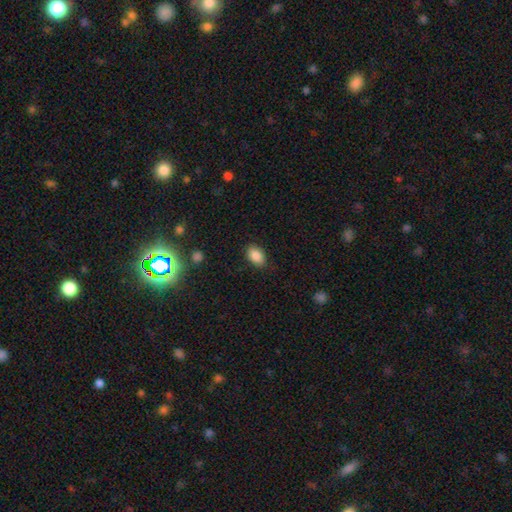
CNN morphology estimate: smooth 87%, star or artifact 8%, featured or disk 5%. Down the decision tree: how rounded — in between (88%); merging — none (85%).